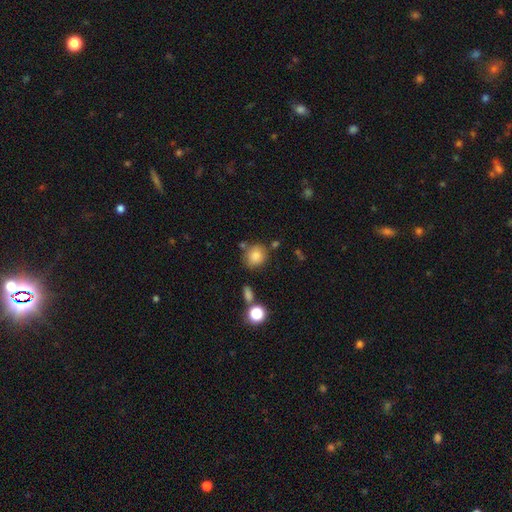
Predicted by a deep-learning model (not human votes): Smooth or featured?
  - smooth: 82% *
  - star or artifact: 11%
  - featured or disk: 7%
How rounded?
  - round: 73% *
  - in between: 26%
  - cigar-shaped: 1%
Merging?
  - none: 72% *
  - minor disturbance: 15%
  - merger: 8%
  - major disturbance: 4%